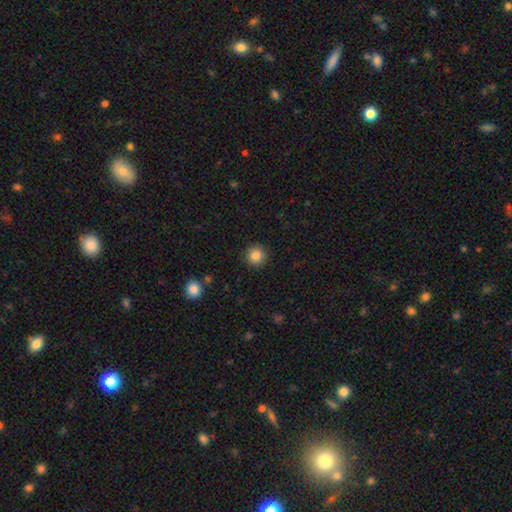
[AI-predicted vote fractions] Smooth or featured: smooth — 85% (star or artifact — 10%)
How rounded: round — 94% (in between — 5%)
Merging: none — 91% (minor disturbance — 6%)